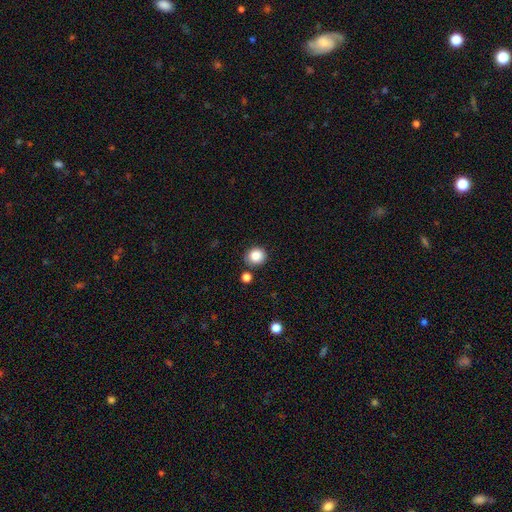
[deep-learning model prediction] This is clearly a smooth galaxy (85%). How rounded: clearly round (86%). Merging: clearly none (82%).